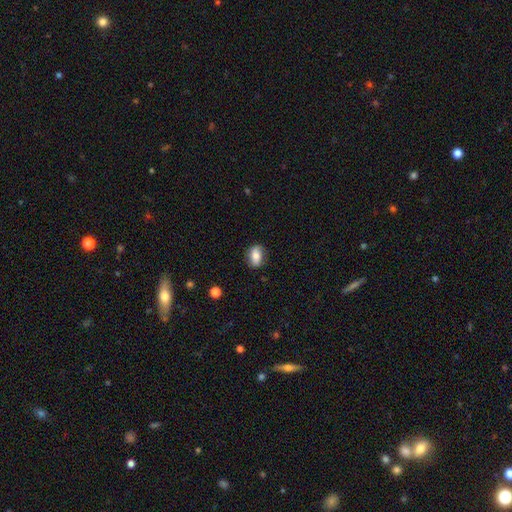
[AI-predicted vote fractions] Q: Smooth or featured?
A: smooth (72%); runner-up: featured or disk (20%)
Q: How rounded?
A: in between (79%); runner-up: round (17%)
Q: Merging?
A: none (82%); runner-up: minor disturbance (14%)